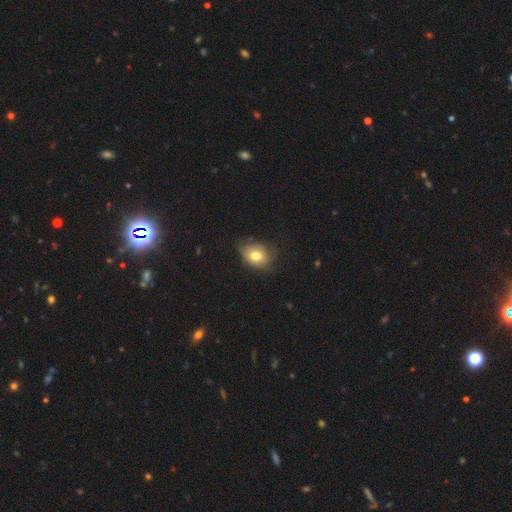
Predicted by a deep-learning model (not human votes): smooth-or-featured: smooth: 75% | featured or disk: 15% | star or artifact: 10%
  how-rounded: in between: 56% | round: 43% | cigar-shaped: 1%
  merging: none: 60% | minor disturbance: 30% | major disturbance: 8% | merger: 2%